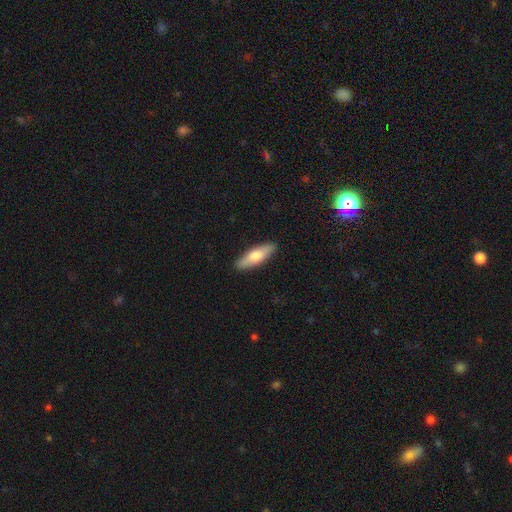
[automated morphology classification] smooth 68%, featured or disk 27%, star or artifact 5%. Down the decision tree: how rounded — cigar-shaped (51%); merging — none (90%).